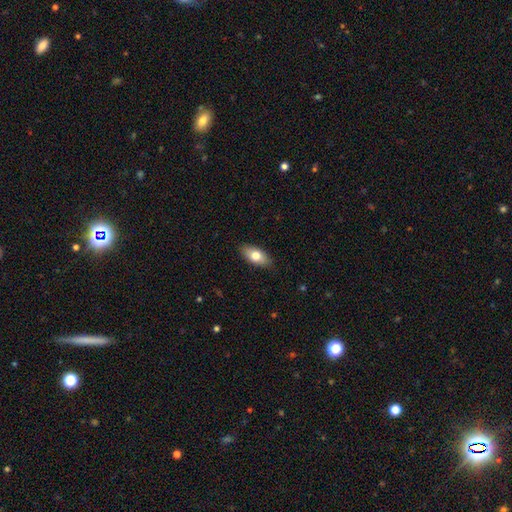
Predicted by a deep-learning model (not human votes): Q: Smooth or featured?
A: smooth (73%); runner-up: featured or disk (20%)
Q: How rounded?
A: in between (88%); runner-up: cigar-shaped (8%)
Q: Merging?
A: none (87%); runner-up: minor disturbance (10%)